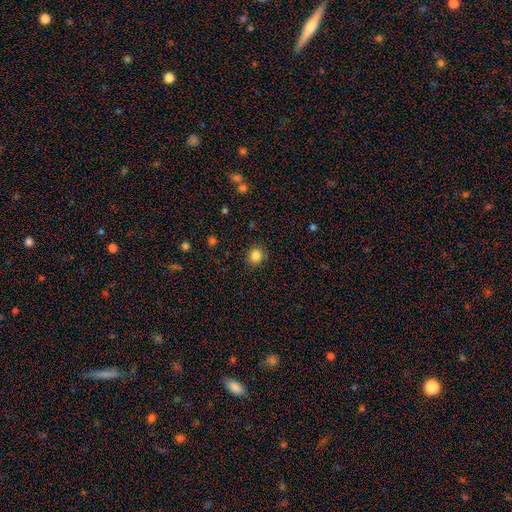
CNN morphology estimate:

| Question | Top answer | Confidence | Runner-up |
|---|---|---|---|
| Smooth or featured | smooth | 84% | star or artifact (11%) |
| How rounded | round | 83% | in between (16%) |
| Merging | none | 87% | minor disturbance (9%) |